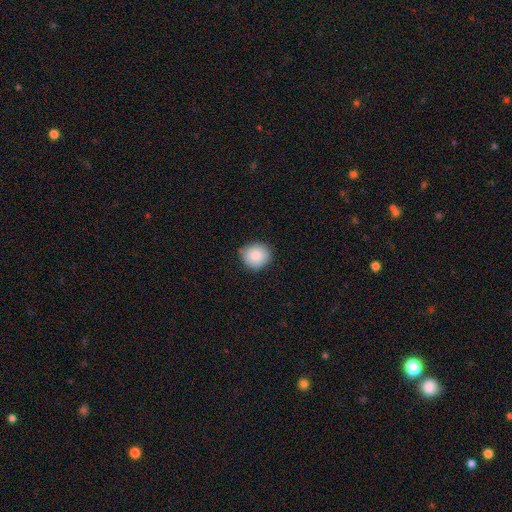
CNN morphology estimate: type=smooth (86%); roundness=round (85%); merging=none (82%).